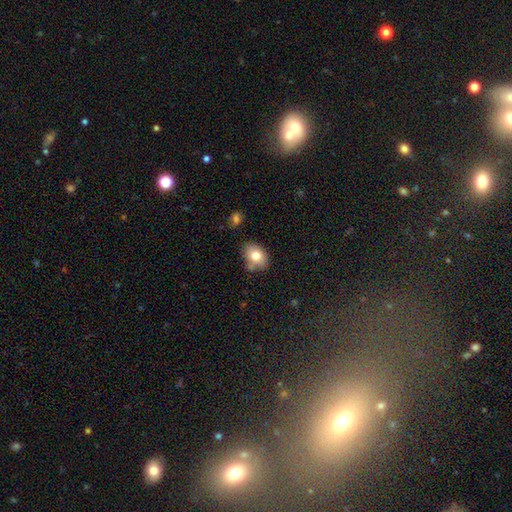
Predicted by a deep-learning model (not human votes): smooth-or-featured: smooth: 79% | featured or disk: 13% | star or artifact: 8%
  how-rounded: in between: 76% | round: 23% | cigar-shaped: 1%
  merging: none: 72% | minor disturbance: 18% | merger: 7% | major disturbance: 4%